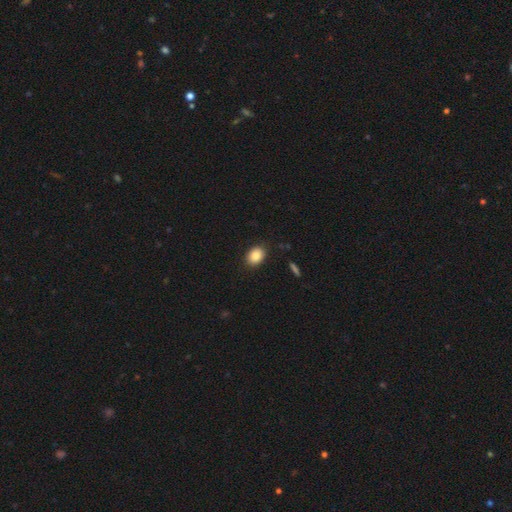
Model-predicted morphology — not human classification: smooth-or-featured: smooth: 87% | star or artifact: 8% | featured or disk: 5%
  how-rounded: in between: 65% | round: 34% | cigar-shaped: 1%
  merging: none: 88% | minor disturbance: 9% | major disturbance: 2% | merger: 1%